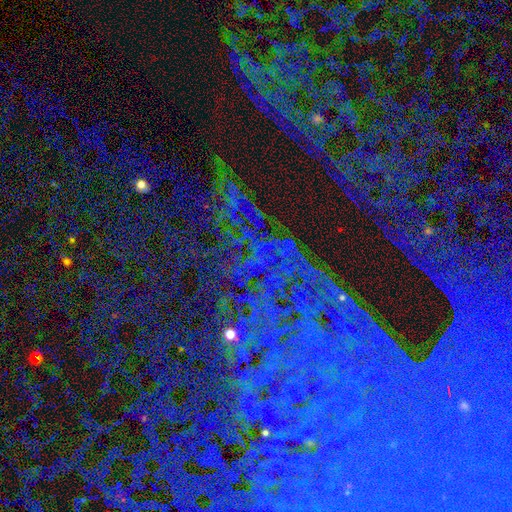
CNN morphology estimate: Smooth or featured? star or artifact (83%)